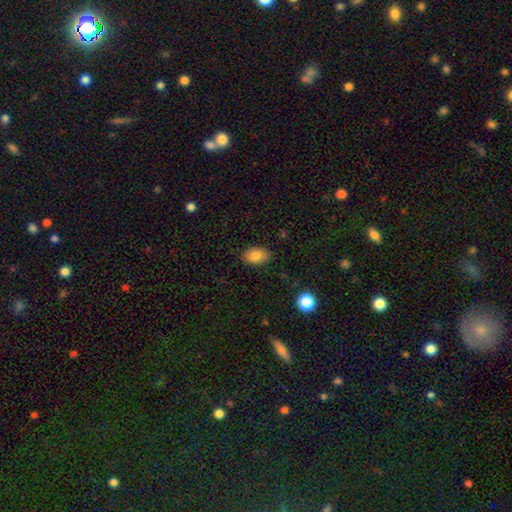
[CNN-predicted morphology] Q: Smooth or featured?
A: smooth (86%); runner-up: star or artifact (8%)
Q: How rounded?
A: in between (89%); runner-up: round (10%)
Q: Merging?
A: none (85%); runner-up: minor disturbance (11%)